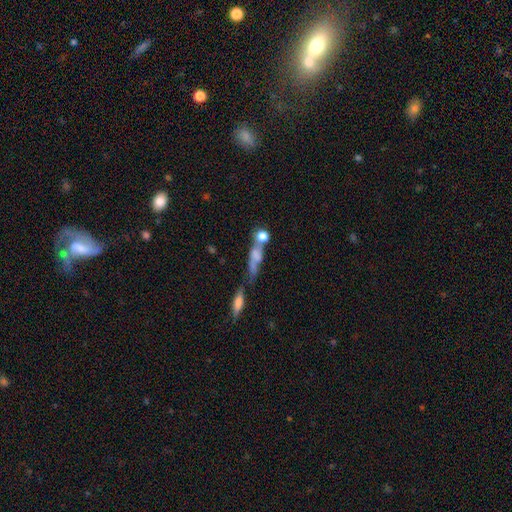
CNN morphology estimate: Q: Smooth or featured?
A: smooth (52%); runner-up: featured or disk (34%)
Q: How rounded?
A: cigar-shaped (51%); runner-up: in between (30%)
Q: Merging?
A: merger (42%); runner-up: none (32%)